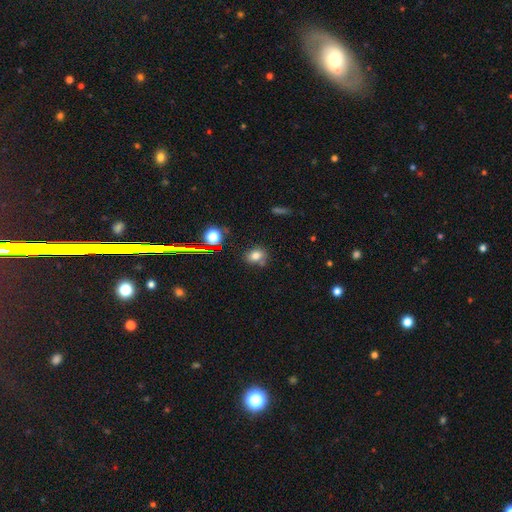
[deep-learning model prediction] Smooth or featured? Predicted: smooth (p=0.75). How rounded? Predicted: in between (p=0.56). Merging? Predicted: none (p=0.66).